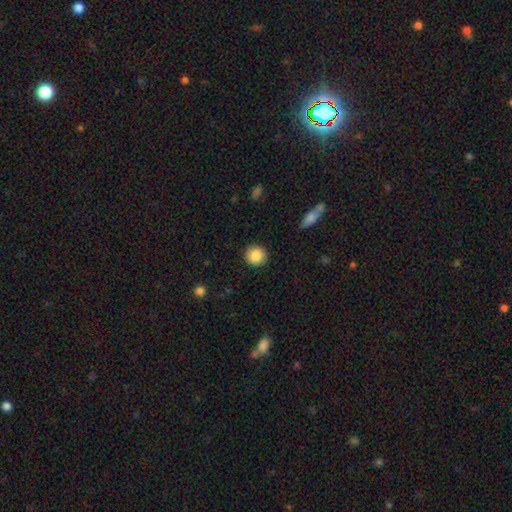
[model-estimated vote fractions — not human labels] This is clearly a smooth galaxy (88%). How rounded: clearly round (93%). Merging: clearly none (90%).